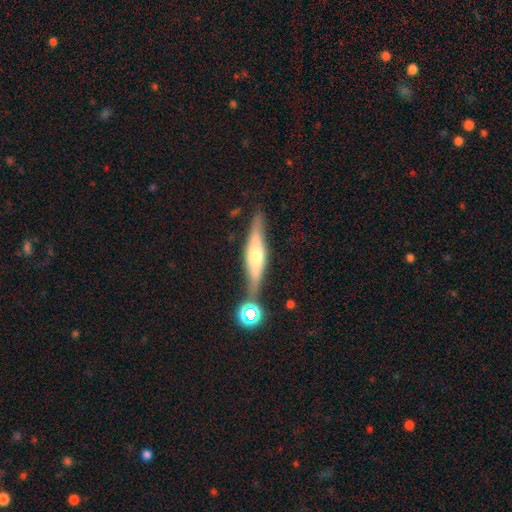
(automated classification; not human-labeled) The model was most divided on "smooth or featured": featured or disk: 63%, smooth: 29%, star or artifact: 9%. More confident: edge-on disk — yes (91%); edge-on bulge — rounded (81%); merging — none (72%).